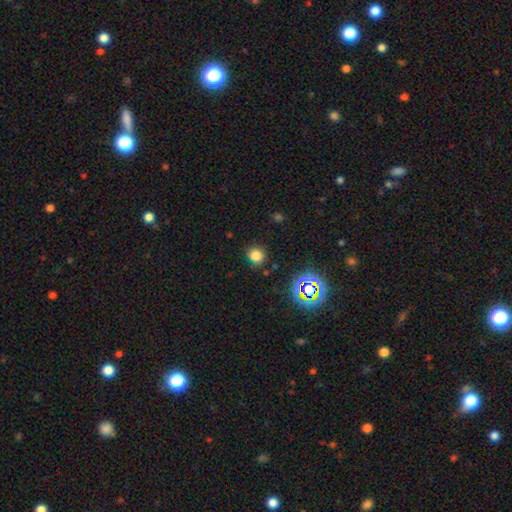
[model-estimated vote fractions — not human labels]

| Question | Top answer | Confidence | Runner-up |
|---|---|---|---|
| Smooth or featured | smooth | 76% | star or artifact (19%) |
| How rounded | round | 88% | in between (11%) |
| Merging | none | 84% | minor disturbance (11%) |